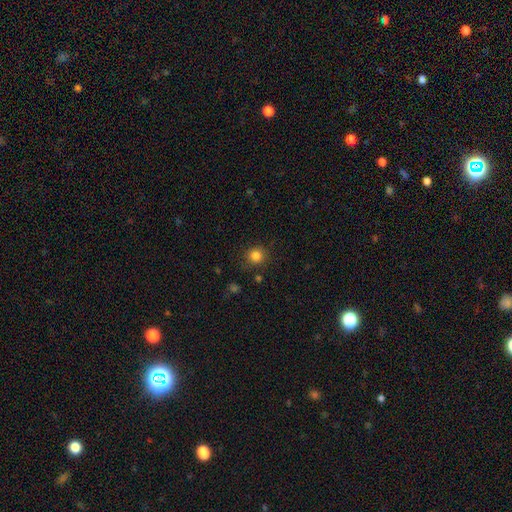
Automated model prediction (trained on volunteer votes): Smooth or featured: smooth — 83% (star or artifact — 12%)
How rounded: round — 90% (in between — 9%)
Merging: none — 86% (minor disturbance — 9%)